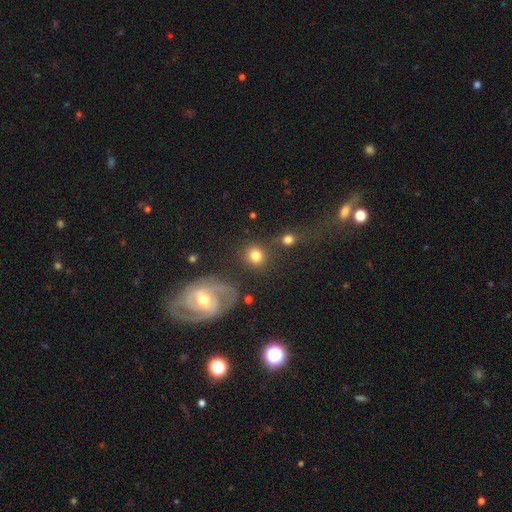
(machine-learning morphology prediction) Smooth or featured? Predicted: smooth (p=0.77). How rounded? Predicted: round (p=0.82). Merging? Predicted: none (p=0.72).